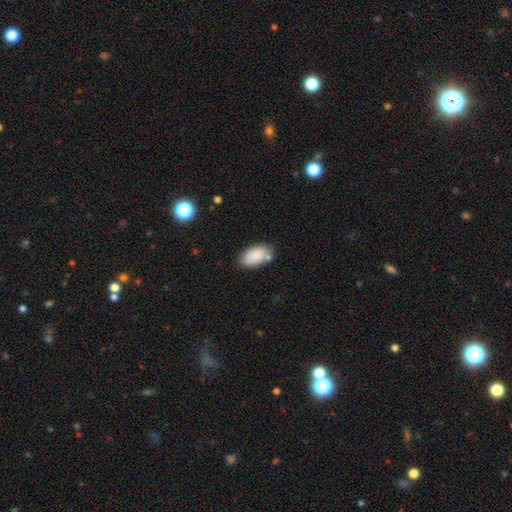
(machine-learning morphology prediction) This appears to be a smooth galaxy with no disk features (85%) that is in between round and cigar-shaped (94%). Merging: none (67%).